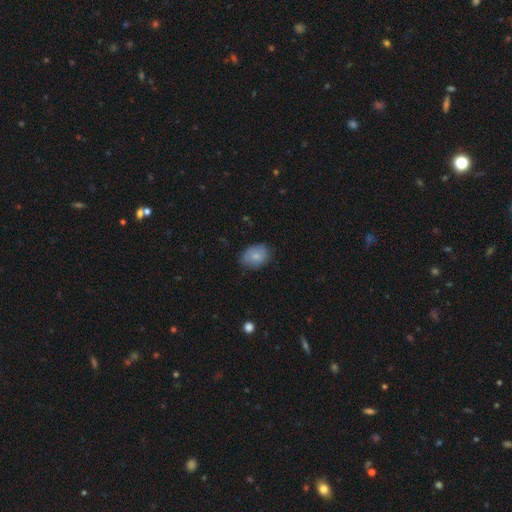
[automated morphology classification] Smooth or featured?
  - smooth: 81% *
  - featured or disk: 12%
  - star or artifact: 7%
How rounded?
  - in between: 68% *
  - round: 31%
  - cigar-shaped: 1%
Merging?
  - none: 76% *
  - minor disturbance: 20%
  - major disturbance: 4%
  - merger: 1%